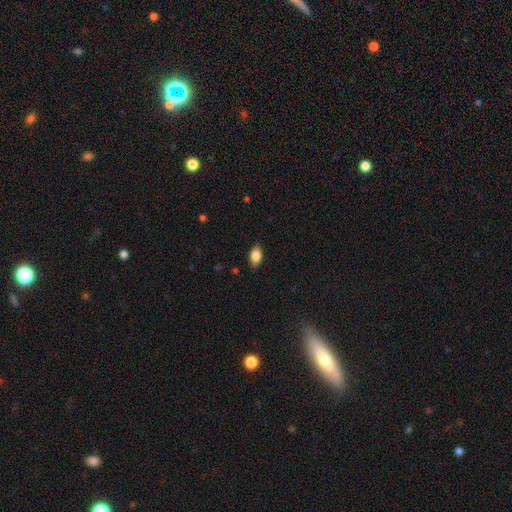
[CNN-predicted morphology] This appears to be a smooth galaxy with no disk features (82%) that is in between round and cigar-shaped (89%). Merging: none (85%).